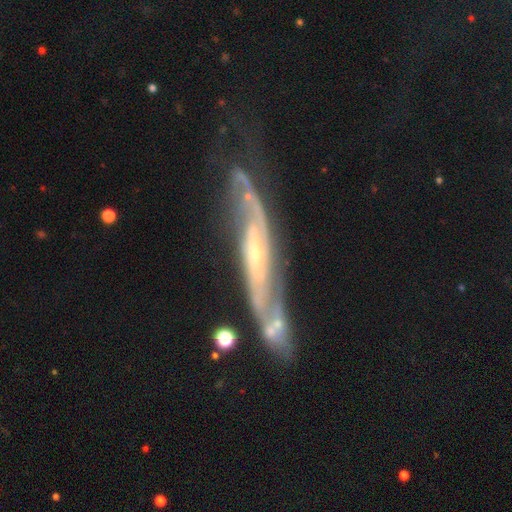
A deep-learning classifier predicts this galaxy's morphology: smooth-or-featured: featured or disk: 85% | smooth: 9% | star or artifact: 6%
  disk-edge-on: no: 66% | yes: 34%
    bar: weak: 39% | no: 36% | strong: 25%
    has-spiral-arms: yes: 94% | no: 6%
      spiral-winding: medium: 45% | tight: 32% | loose: 23%
      spiral-arm-count: 2: 70% | can't tell: 19% | 3: 4% | 1: 3% | 4: 2% | more than 4: 2%
    bulge-size: small: 64% | moderate: 28% | none: 4% | large: 3% | dominant: 1%
  merging: none: 57% | minor disturbance: 21% | major disturbance: 12% | merger: 9%